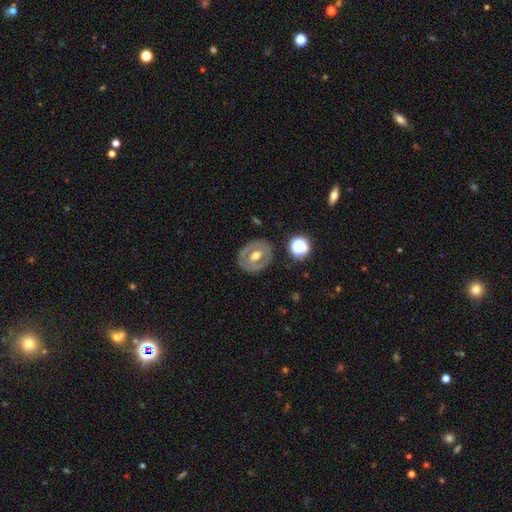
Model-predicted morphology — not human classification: smooth_or_featured: featured or disk (p=0.57) [alt: smooth p=0.36]
disk_edge_on: no (p=0.94) [alt: yes p=0.06]
bar: no (p=0.47) [alt: weak p=0.35]
has_spiral_arms: no (p=0.77) [alt: yes p=0.23]
bulge_size: moderate (p=0.76) [alt: large p=0.11]
merging: none (p=0.81) [alt: minor disturbance p=0.12]